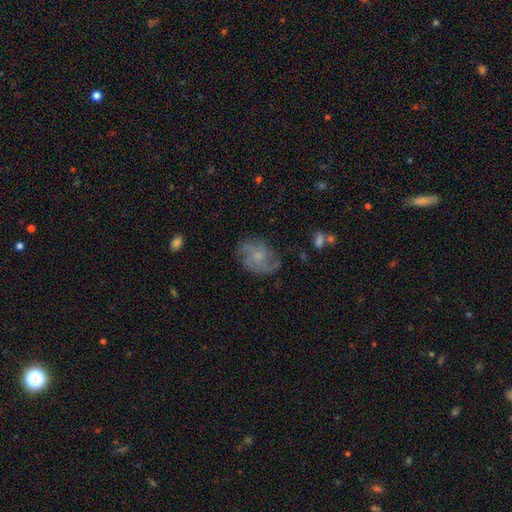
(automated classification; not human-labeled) smooth_or_featured: featured or disk (p=0.66) [alt: smooth p=0.25]
disk_edge_on: no (p=0.97) [alt: yes p=0.03]
bar: no (p=0.73) [alt: weak p=0.24]
has_spiral_arms: yes (p=0.87) [alt: no p=0.13]
spiral_winding: medium (p=0.45) [alt: loose p=0.30]
spiral_arm_count: can't tell (p=0.27) [alt: 2 p=0.25]
bulge_size: small (p=0.58) [alt: moderate p=0.27]
merging: none (p=0.69) [alt: minor disturbance p=0.20]